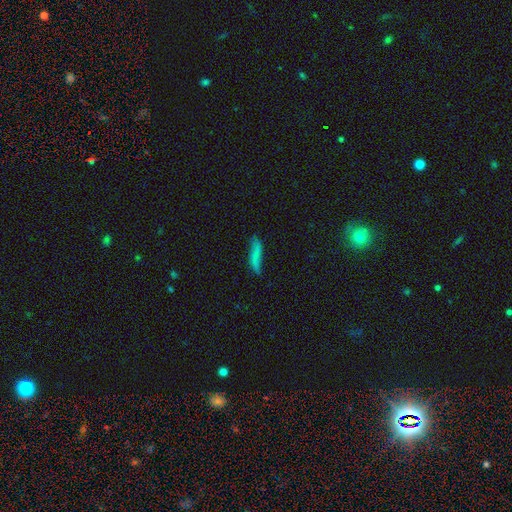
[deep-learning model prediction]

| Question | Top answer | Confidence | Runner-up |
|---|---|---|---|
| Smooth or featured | smooth | 64% | featured or disk (27%) |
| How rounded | cigar-shaped | 73% | in between (24%) |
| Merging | none | 62% | minor disturbance (26%) |